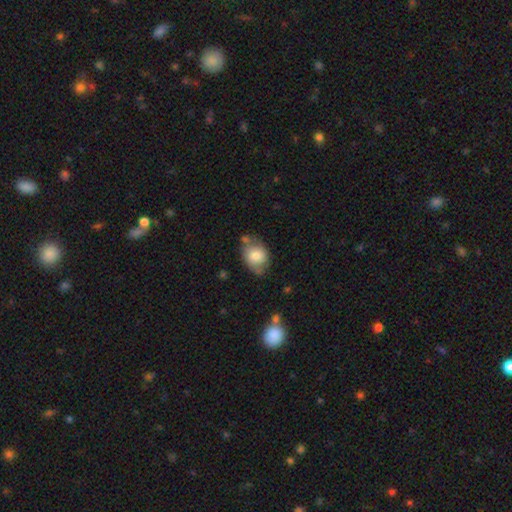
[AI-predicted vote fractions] This is likely a smooth galaxy (76%). How rounded: possibly in between (54%). Merging: possibly none (57%).